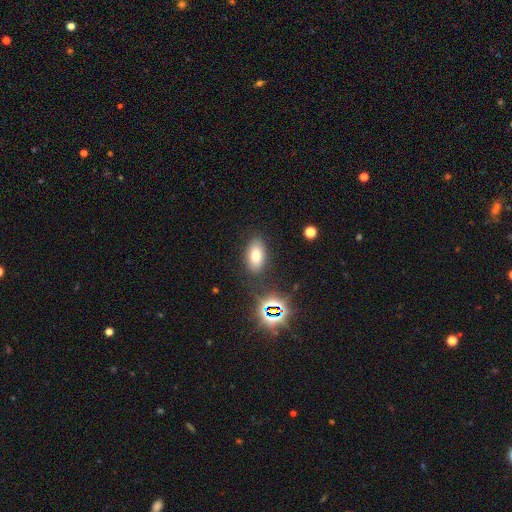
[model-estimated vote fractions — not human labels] The model was most divided on "smooth or featured": smooth: 71%, star or artifact: 17%, featured or disk: 13%. More confident: how rounded — in between (89%); merging — none (84%).